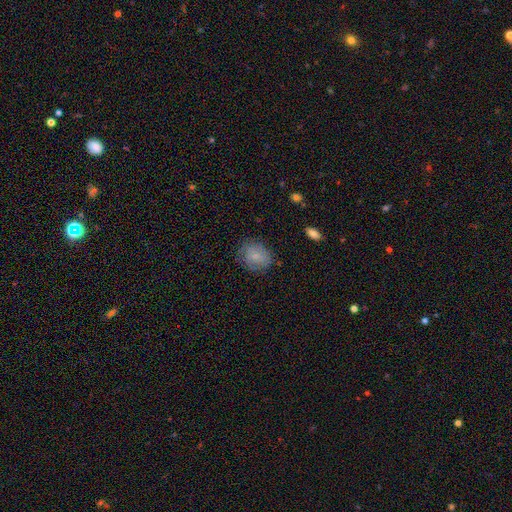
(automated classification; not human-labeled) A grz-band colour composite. It shows a smooth galaxy with no disk features (75%) that is round (55%). Merging: none (73%).